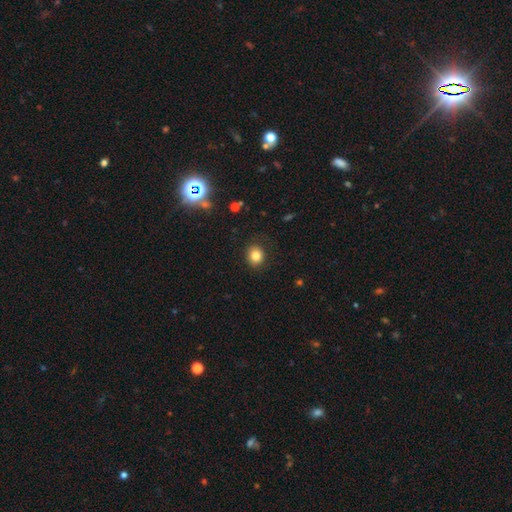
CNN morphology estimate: Q: Smooth or featured?
A: smooth (83%); runner-up: star or artifact (11%)
Q: How rounded?
A: round (74%); runner-up: in between (26%)
Q: Merging?
A: none (87%); runner-up: minor disturbance (9%)